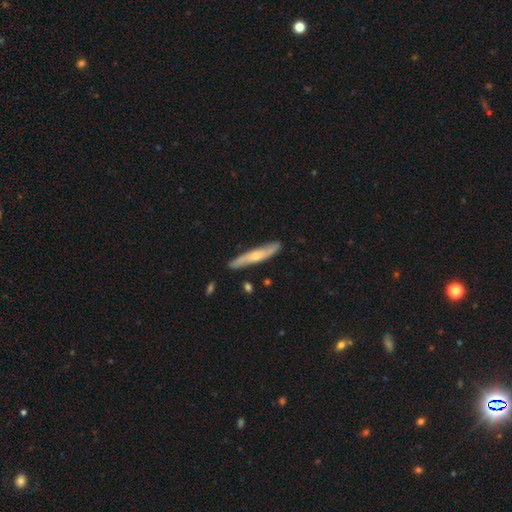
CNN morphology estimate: Overall: featured or disk (54%; smooth 41%). Edge-on disk: yes (72%). Merging: none (85%).